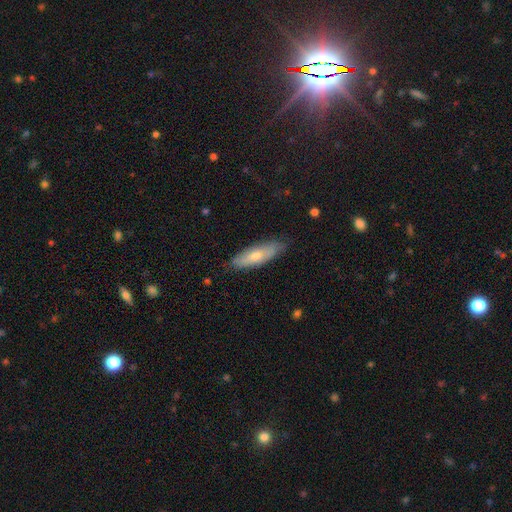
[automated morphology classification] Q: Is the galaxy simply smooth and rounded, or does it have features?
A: smooth — 59%.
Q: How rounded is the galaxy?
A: cigar-shaped — 58%.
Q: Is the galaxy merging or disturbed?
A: none — 81%.